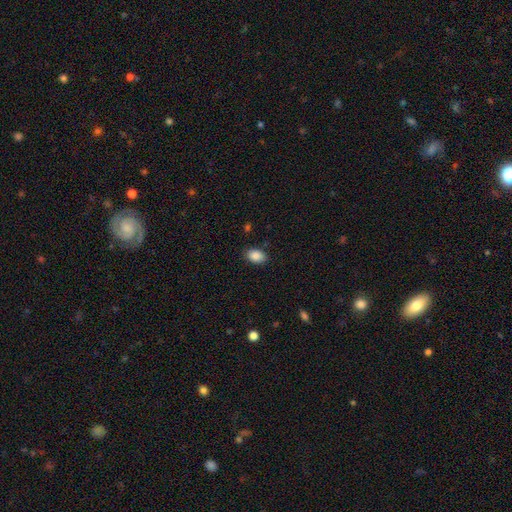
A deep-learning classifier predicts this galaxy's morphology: Smooth or featured? smooth (88%)
How rounded? in between (84%)
Merging? none (84%)